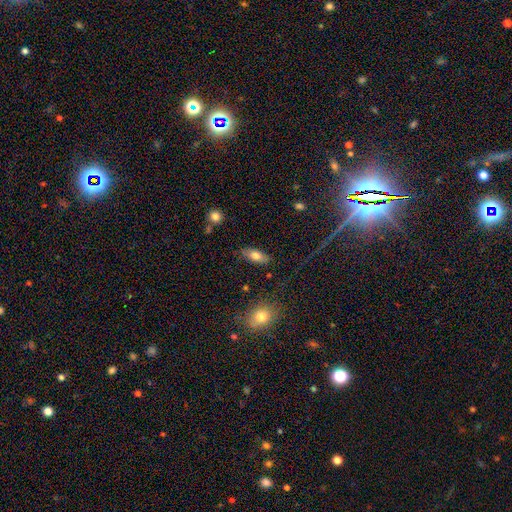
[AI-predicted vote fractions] Smooth or featured?
  - smooth: 75% *
  - featured or disk: 17%
  - star or artifact: 7%
How rounded?
  - in between: 84% *
  - cigar-shaped: 13%
  - round: 3%
Merging?
  - none: 82% *
  - minor disturbance: 13%
  - major disturbance: 3%
  - merger: 2%